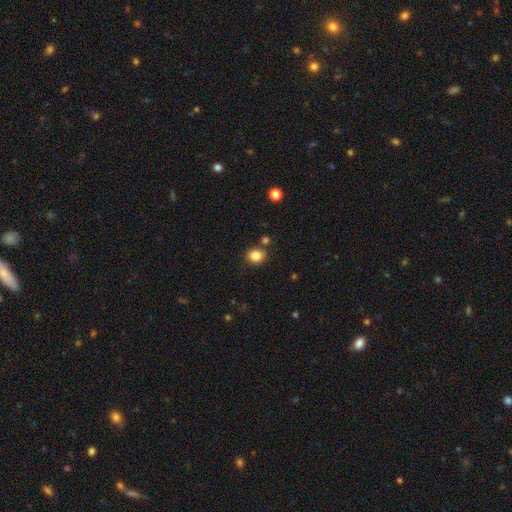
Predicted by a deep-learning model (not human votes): This is clearly a smooth galaxy (84%). How rounded: likely round (67%). Merging: likely none (77%).